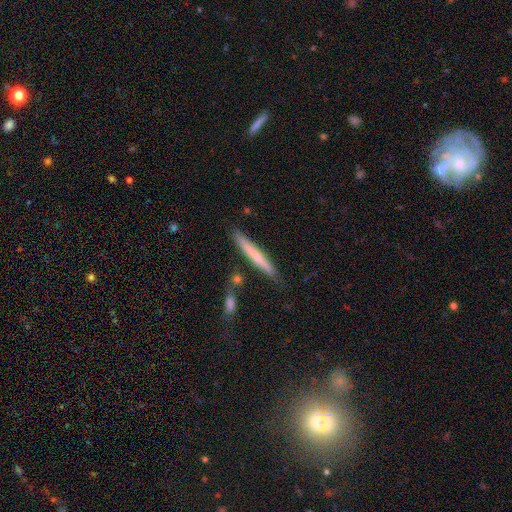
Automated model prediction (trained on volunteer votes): smooth 56%, featured or disk 38%, star or artifact 6%. Down the decision tree: how rounded — cigar-shaped (95%); merging — none (81%).